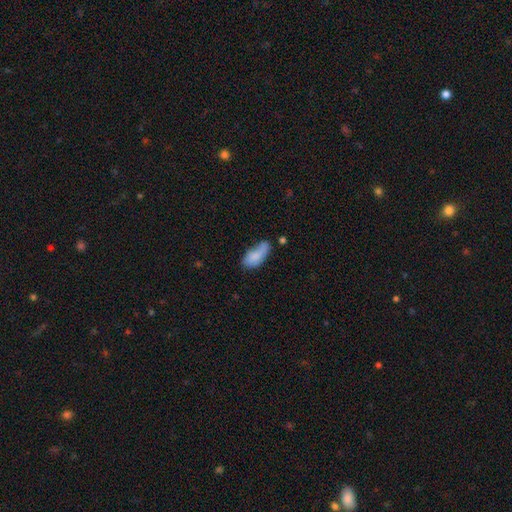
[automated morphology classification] smooth_or_featured: smooth (p=0.74) [alt: featured or disk p=0.19]
how_rounded: in between (p=0.88) [alt: cigar-shaped p=0.10]
merging: none (p=0.42) [alt: minor disturbance p=0.32]